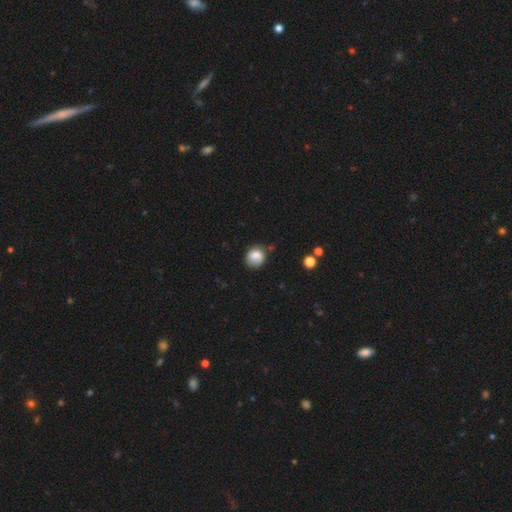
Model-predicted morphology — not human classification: Overall: smooth (79%). How rounded: round (78%). Merging: none (65%).